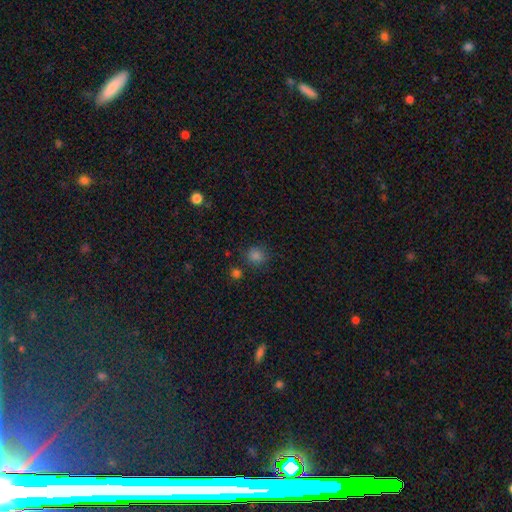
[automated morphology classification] Smooth or featured: smooth — 77% (star or artifact — 18%)
How rounded: round — 85% (in between — 14%)
Merging: none — 82% (minor disturbance — 10%)